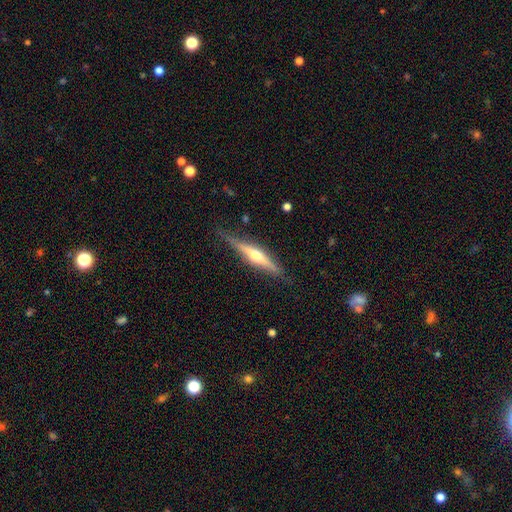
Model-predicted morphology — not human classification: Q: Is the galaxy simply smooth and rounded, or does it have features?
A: featured or disk — 68%.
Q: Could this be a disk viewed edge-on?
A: yes — 96%.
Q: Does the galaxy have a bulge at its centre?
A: rounded — 90%.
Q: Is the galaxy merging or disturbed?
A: none — 82%.